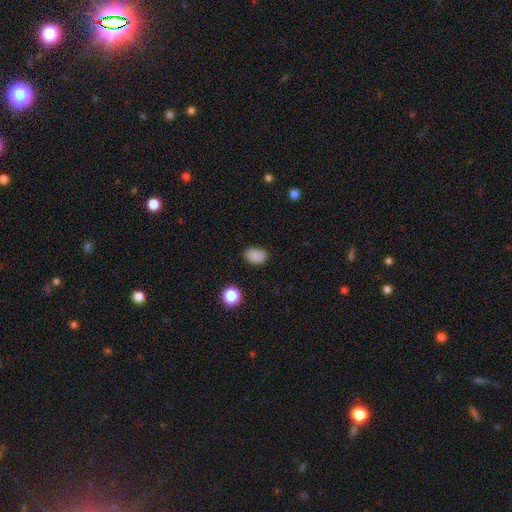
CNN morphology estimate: This is clearly a smooth galaxy (85%). How rounded: likely in between (76%). Merging: clearly none (82%).